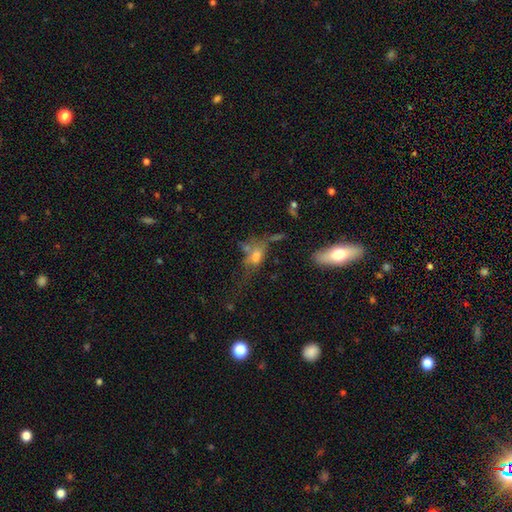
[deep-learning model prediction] Smooth or featured?
  - smooth: 52% *
  - featured or disk: 32%
  - star or artifact: 17%
How rounded?
  - in between: 74% *
  - round: 14%
  - cigar-shaped: 12%
Merging?
  - none: 34% *
  - major disturbance: 30%
  - minor disturbance: 21%
  - merger: 16%